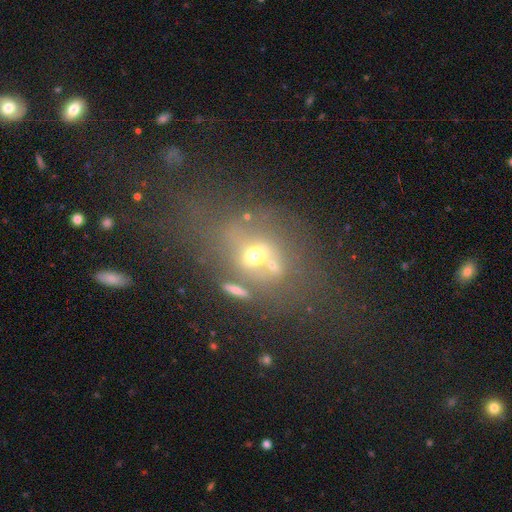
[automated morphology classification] Smooth or featured: smooth — 46% (featured or disk — 33%)
Merging: none — 39% (merger — 23%)